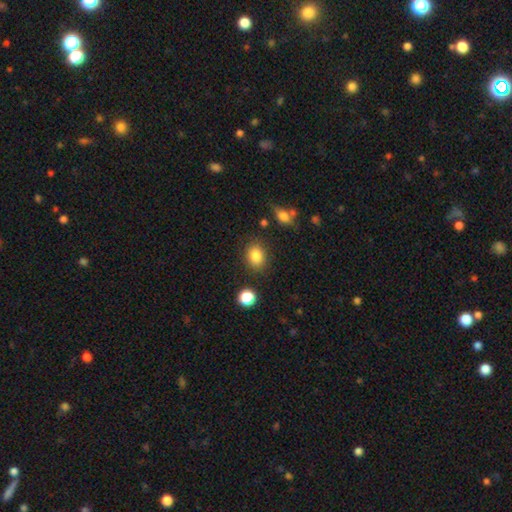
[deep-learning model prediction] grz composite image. It shows a smooth galaxy with no disk features (85%) that is in between round and cigar-shaped (58%). Merging: none (82%).